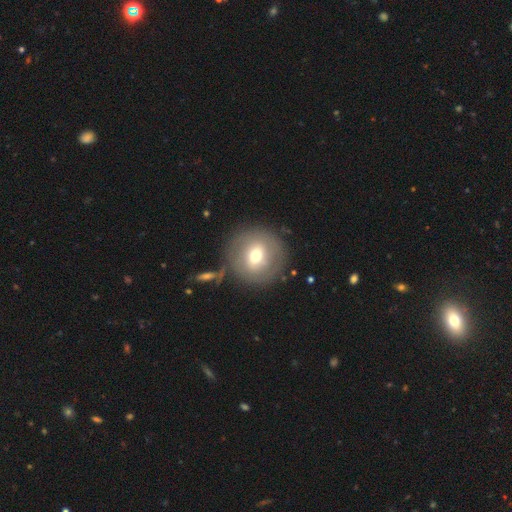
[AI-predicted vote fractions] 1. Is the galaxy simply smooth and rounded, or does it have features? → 57% smooth, 35% featured or disk, 8% star or artifact.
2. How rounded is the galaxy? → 92% round, 7% in between, 1% cigar-shaped.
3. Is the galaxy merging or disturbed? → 81% none, 9% minor disturbance, 5% major disturbance, 5% merger.